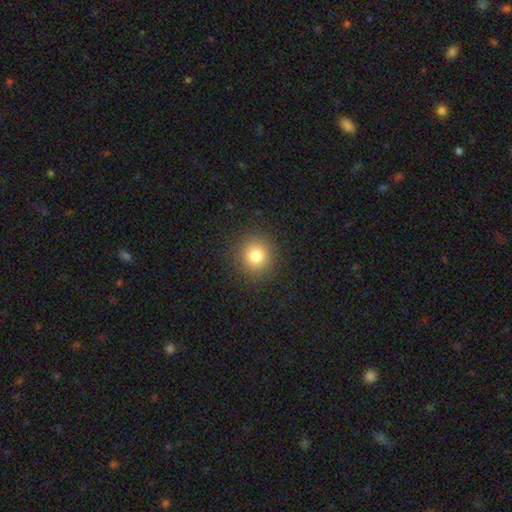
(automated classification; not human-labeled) Smooth or featured?
  - smooth: 81% *
  - star or artifact: 12%
  - featured or disk: 7%
How rounded?
  - round: 91% *
  - in between: 8%
  - cigar-shaped: 1%
Merging?
  - none: 90% *
  - minor disturbance: 7%
  - major disturbance: 3%
  - merger: 1%